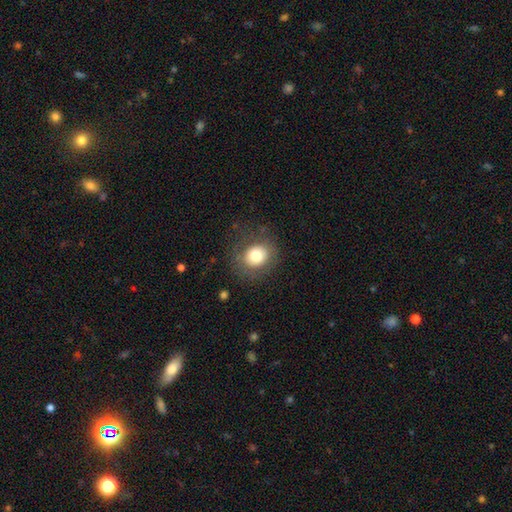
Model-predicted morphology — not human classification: The model was most divided on "how rounded": round: 75%, in between: 24%, cigar-shaped: 1%. More confident: merging — none (80%); smooth or featured — smooth (76%).